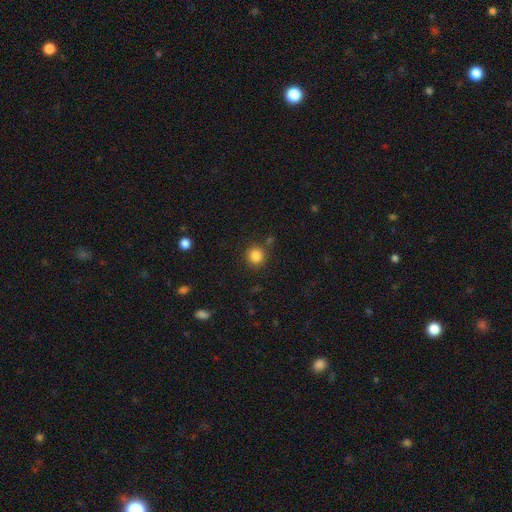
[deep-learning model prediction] This is clearly a smooth galaxy (85%). How rounded: clearly round (93%). Merging: clearly none (86%).